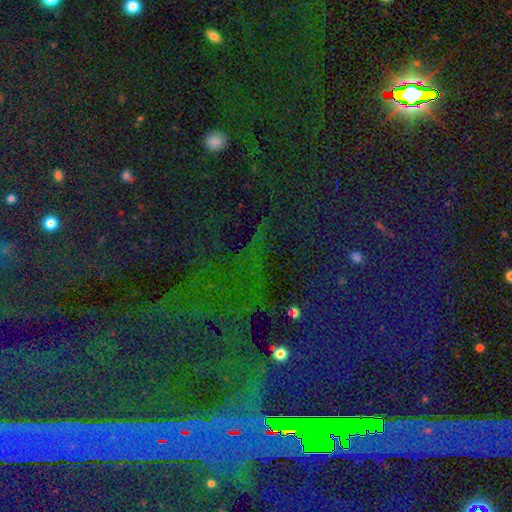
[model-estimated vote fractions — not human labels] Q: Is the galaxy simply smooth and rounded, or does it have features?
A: star or artifact — 84%.